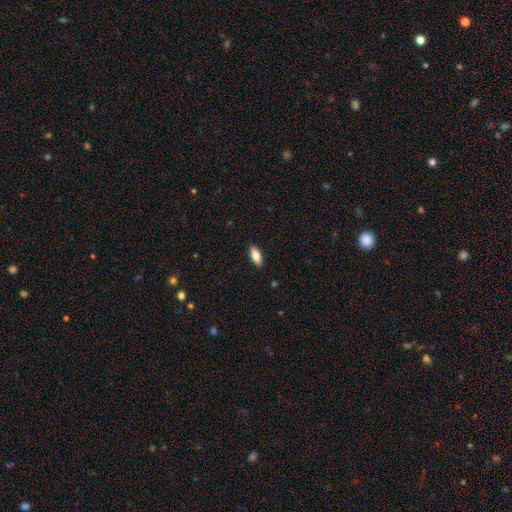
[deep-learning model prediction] smooth-or-featured: smooth: 80% | featured or disk: 14% | star or artifact: 6%
  how-rounded: in between: 82% | cigar-shaped: 15% | round: 2%
  merging: none: 90% | minor disturbance: 7% | major disturbance: 2% | merger: 1%